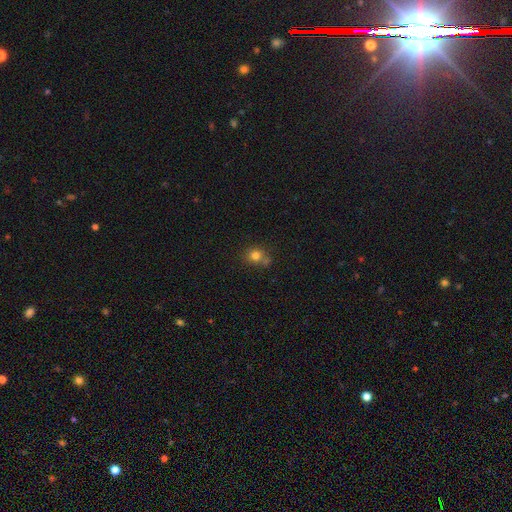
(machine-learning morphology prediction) Smooth or featured: smooth — 79% (star or artifact — 13%)
How rounded: round — 77% (in between — 22%)
Merging: none — 61% (merger — 19%)